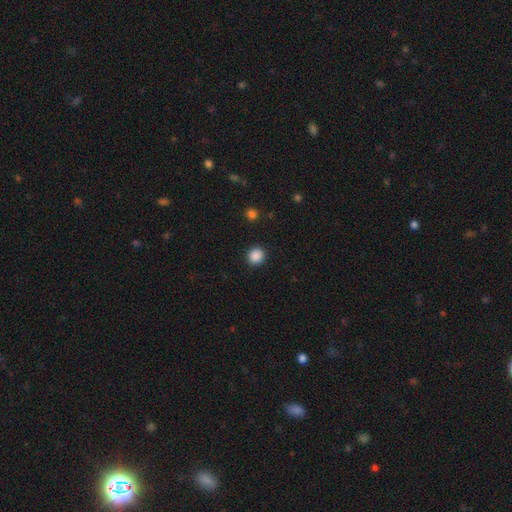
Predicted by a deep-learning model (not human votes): Overall: smooth (88%). How rounded: round (92%). Merging: none (92%).